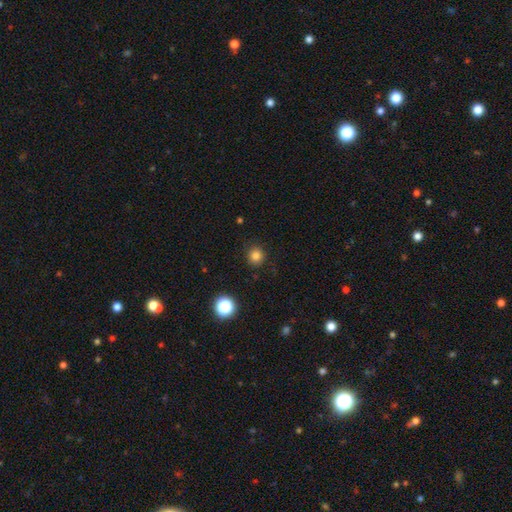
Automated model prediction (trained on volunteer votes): smooth-or-featured: smooth: 82% | star or artifact: 13% | featured or disk: 4%
  how-rounded: round: 90% | in between: 9% | cigar-shaped: 1%
  merging: none: 89% | minor disturbance: 7% | major disturbance: 2% | merger: 1%